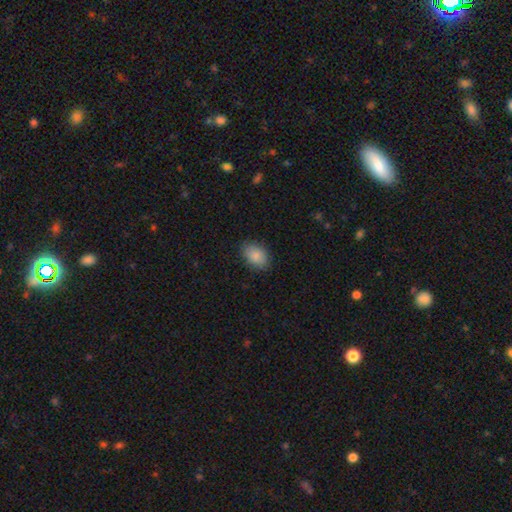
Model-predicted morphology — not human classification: smooth 88%, star or artifact 7%, featured or disk 5%. Down the decision tree: how rounded — in between (84%); merging — none (84%).